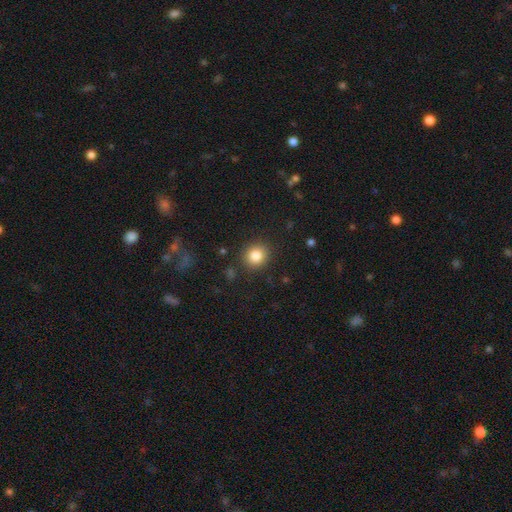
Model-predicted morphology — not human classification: Smooth or featured?
  - smooth: 83% *
  - star or artifact: 10%
  - featured or disk: 6%
How rounded?
  - round: 86% *
  - in between: 14%
  - cigar-shaped: 1%
Merging?
  - none: 89% *
  - minor disturbance: 7%
  - major disturbance: 3%
  - merger: 1%